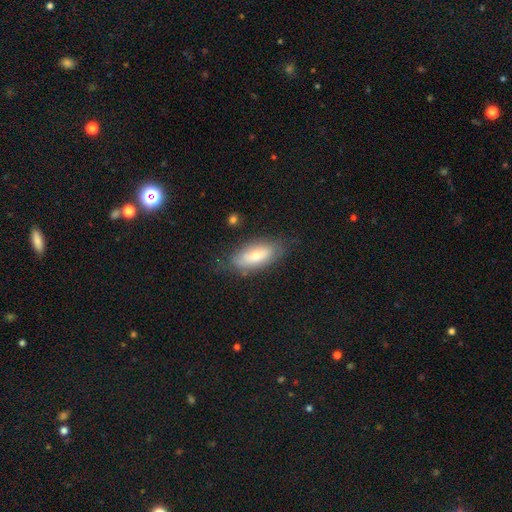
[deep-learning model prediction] Smooth or featured?
  - smooth: 64% *
  - featured or disk: 29%
  - star or artifact: 6%
How rounded?
  - in between: 83% *
  - cigar-shaped: 14%
  - round: 3%
Merging?
  - none: 70% *
  - minor disturbance: 22%
  - major disturbance: 6%
  - merger: 2%